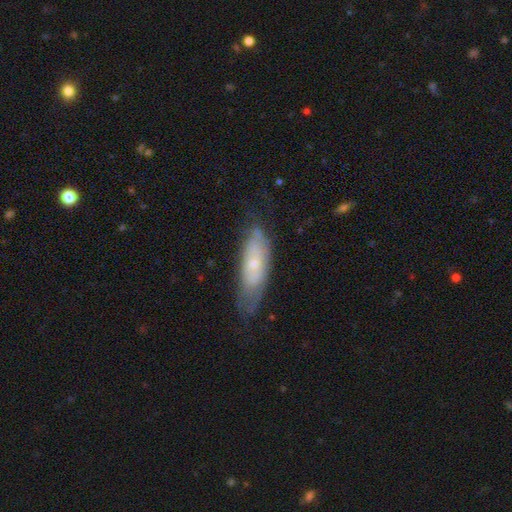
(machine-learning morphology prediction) Smooth or featured? featured or disk (49%)
Merging? none (67%)